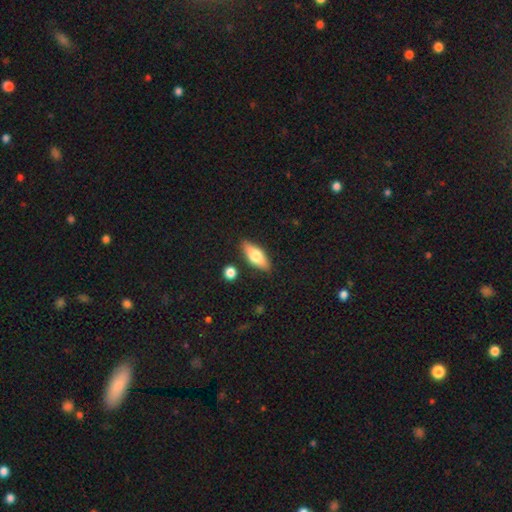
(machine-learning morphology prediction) A smooth galaxy with no disk features (64%) that is in between round and cigar-shaped (72%).

Vote fractions:
- Smooth or featured? smooth: 64% / featured or disk: 29% / star or artifact: 7%
- How rounded? in between: 72% / cigar-shaped: 25% / round: 4%
- Merging? none: 85% / minor disturbance: 10% / merger: 3% / major disturbance: 2%